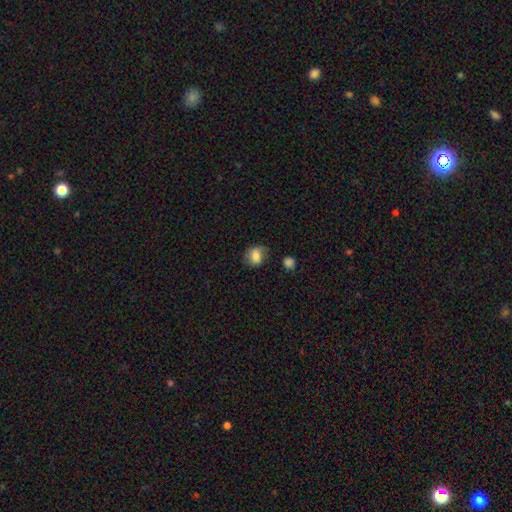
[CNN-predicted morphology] Smooth or featured?
  - smooth: 79% *
  - featured or disk: 12%
  - star or artifact: 9%
How rounded?
  - round: 52% *
  - in between: 47%
  - cigar-shaped: 1%
Merging?
  - none: 61% *
  - minor disturbance: 27%
  - major disturbance: 9%
  - merger: 3%